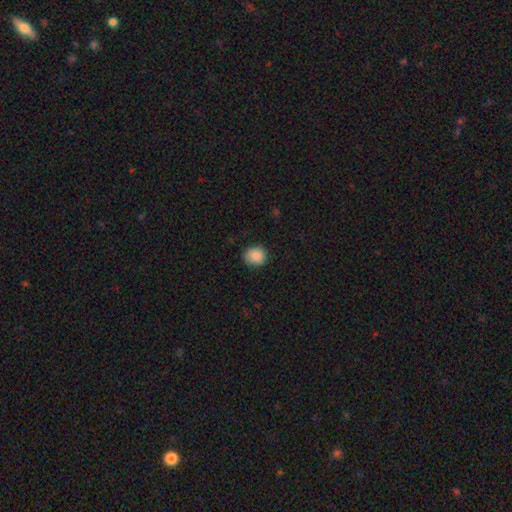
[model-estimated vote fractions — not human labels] Smooth or featured? Predicted: smooth (p=0.88). How rounded? Predicted: round (p=0.81). Merging? Predicted: none (p=0.84).